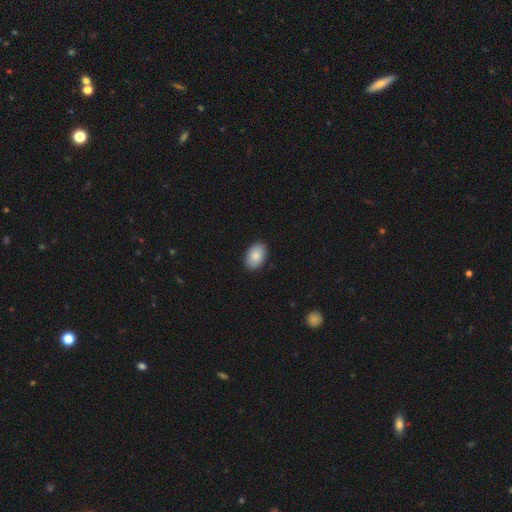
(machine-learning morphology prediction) Overall: smooth (88%). How rounded: in between (90%). Merging: none (90%).